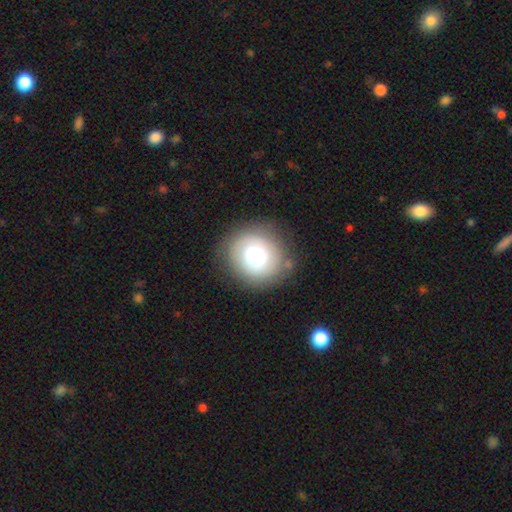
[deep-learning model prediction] smooth 69%, featured or disk 22%, star or artifact 9%. Down the decision tree: how rounded — round (87%); merging — none (80%).